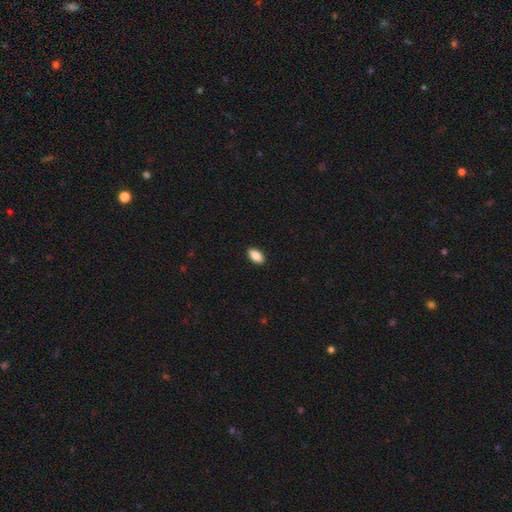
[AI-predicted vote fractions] Smooth or featured: smooth — 89% (star or artifact — 7%)
How rounded: in between — 93% (cigar-shaped — 4%)
Merging: none — 91% (minor disturbance — 7%)